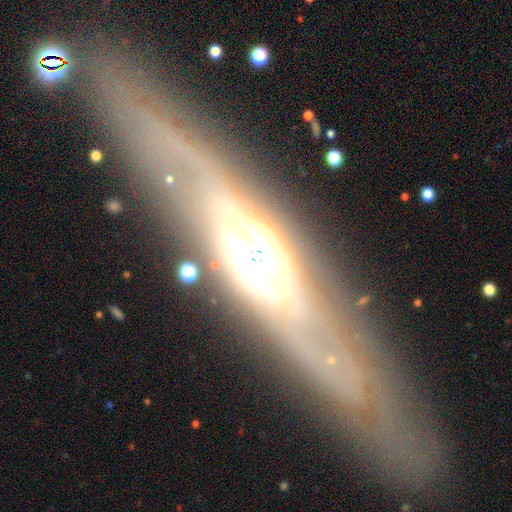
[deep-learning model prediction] The model was most divided on "edge-on bulge": rounded: 69%, boxy: 19%, none: 13%. More confident: edge-on disk — yes (81%); smooth or featured — featured or disk (80%); merging — none (76%).